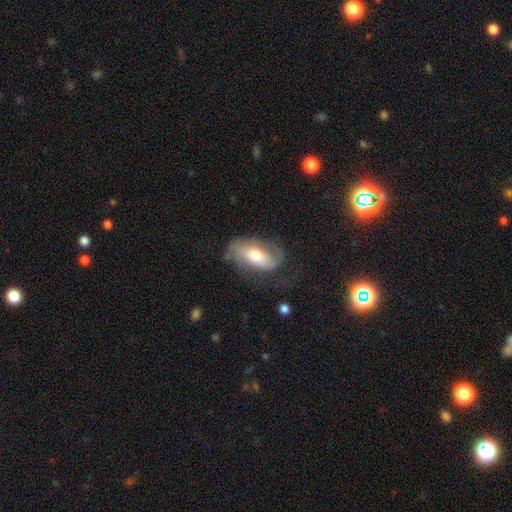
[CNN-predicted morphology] type=featured or disk (51%); edge-on=no (91%); merging=none (51%).